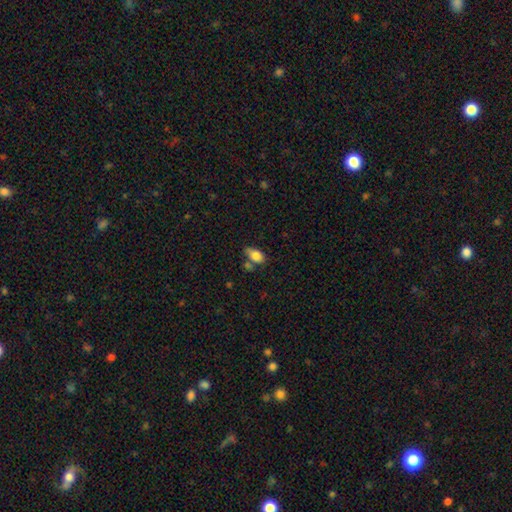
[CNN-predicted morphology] Smooth or featured: smooth — 81% (featured or disk — 11%)
How rounded: in between — 86% (round — 10%)
Merging: none — 47% (minor disturbance — 25%)